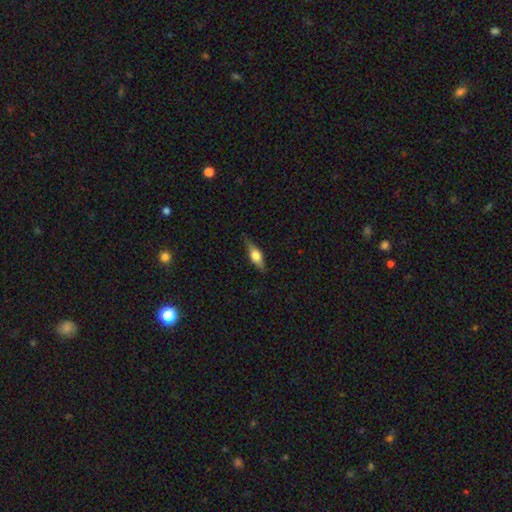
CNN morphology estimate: A smooth galaxy with no disk features (50%) that is in between round and cigar-shaped (55%).

Vote fractions:
- Smooth or featured? smooth: 50% / featured or disk: 43% / star or artifact: 7%
- How rounded? in between: 55% / cigar-shaped: 41% / round: 4%
- Merging? none: 78% / minor disturbance: 17% / major disturbance: 3% / merger: 1%